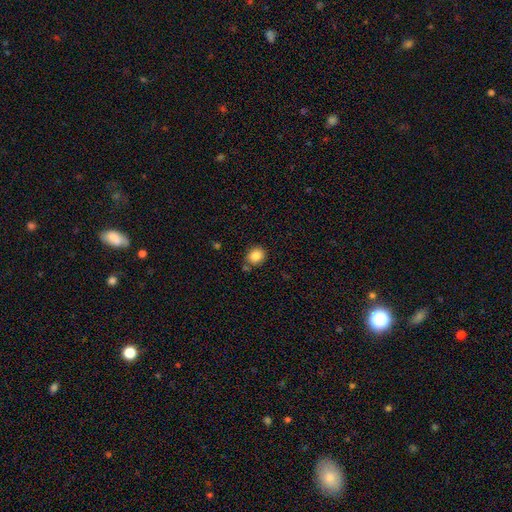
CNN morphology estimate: smooth-or-featured: smooth: 85% | star or artifact: 9% | featured or disk: 5%
  how-rounded: round: 74% | in between: 25% | cigar-shaped: 1%
  merging: none: 78% | minor disturbance: 11% | merger: 8% | major disturbance: 3%